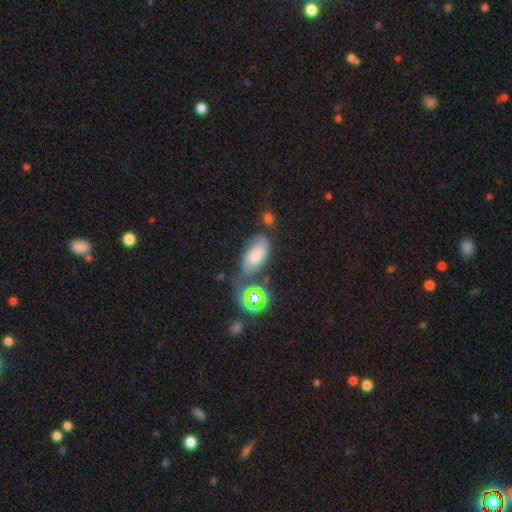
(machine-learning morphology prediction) Smooth or featured?
  - smooth: 48% *
  - featured or disk: 35%
  - star or artifact: 17%
Merging?
  - none: 48% *
  - minor disturbance: 24%
  - merger: 15%
  - major disturbance: 13%